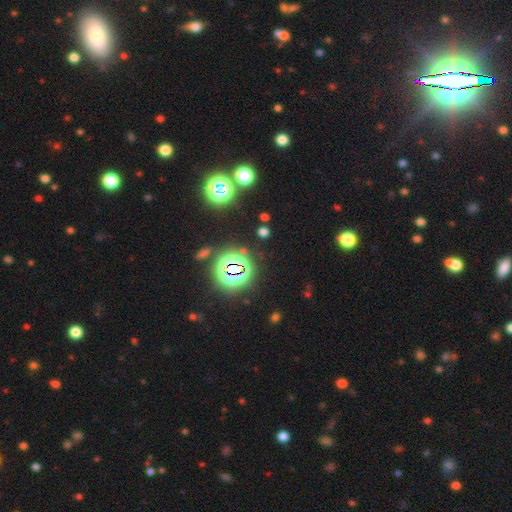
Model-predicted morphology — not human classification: Smooth or featured? Predicted: star or artifact (p=0.79).